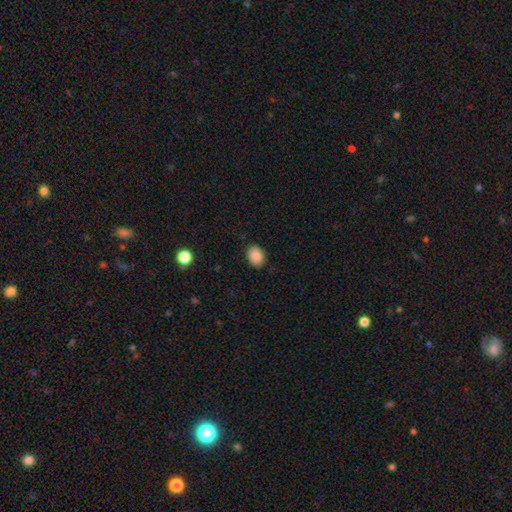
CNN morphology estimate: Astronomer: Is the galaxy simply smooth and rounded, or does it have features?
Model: smooth — 88%.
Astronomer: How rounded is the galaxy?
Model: in between — 58% (runner-up: round, 41%).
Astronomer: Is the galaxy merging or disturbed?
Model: none — 84%.